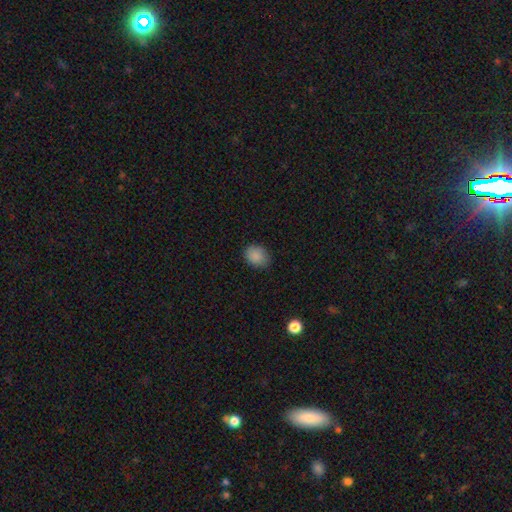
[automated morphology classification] smooth_or_featured: smooth (p=0.87) [alt: star or artifact p=0.09]
how_rounded: in between (p=0.52) [alt: round p=0.47]
merging: none (p=0.82) [alt: minor disturbance p=0.14]